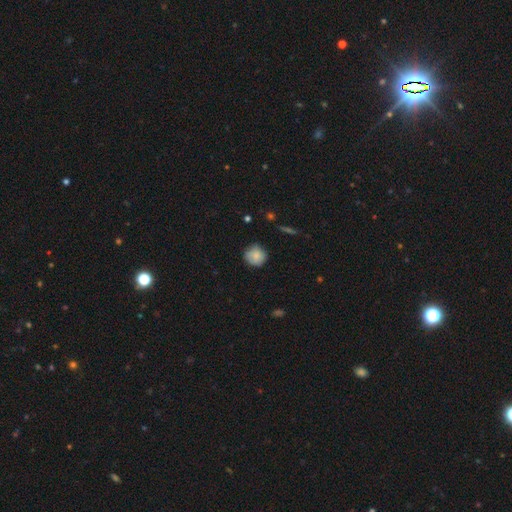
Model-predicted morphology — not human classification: The model was most divided on "merging": none: 75%, minor disturbance: 20%, major disturbance: 3%, merger: 1%. More confident: how rounded — round (91%); smooth or featured — smooth (80%).